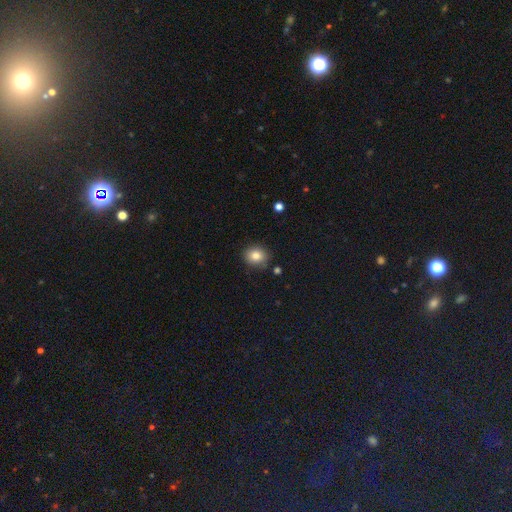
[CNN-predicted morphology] Q: Smooth or featured?
A: smooth (82%); runner-up: star or artifact (10%)
Q: How rounded?
A: round (71%); runner-up: in between (28%)
Q: Merging?
A: none (85%); runner-up: minor disturbance (10%)